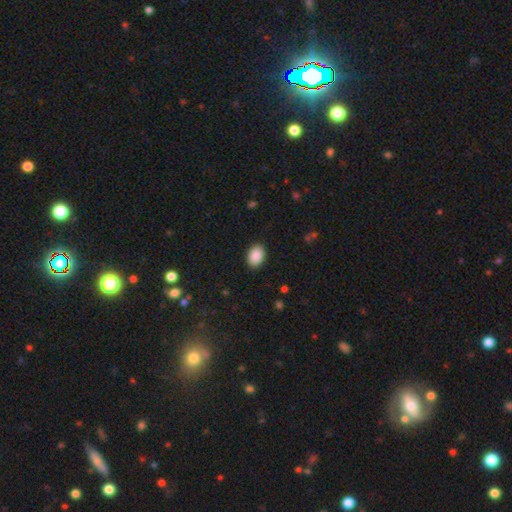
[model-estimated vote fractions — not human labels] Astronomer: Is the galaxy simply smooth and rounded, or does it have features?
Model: smooth — 90%.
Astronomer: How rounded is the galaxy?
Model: in between — 81%.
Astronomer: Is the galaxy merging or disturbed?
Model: none — 90%.